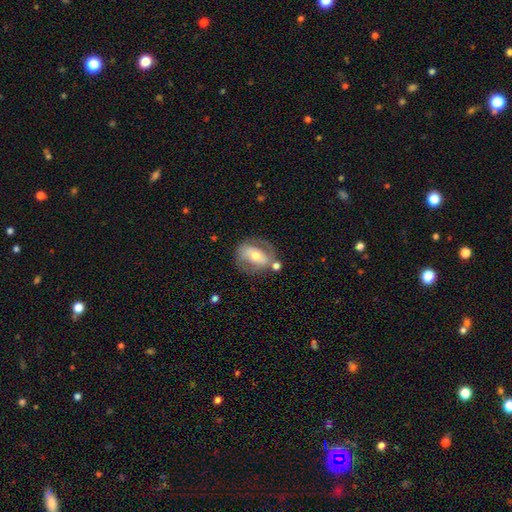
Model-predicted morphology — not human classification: Smooth or featured?
  - featured or disk: 58% *
  - smooth: 35%
  - star or artifact: 8%
Edge-on disk?
  - no: 93% *
  - yes: 7%
Bar?
  - no: 44% *
  - weak: 30%
  - strong: 26%
Spiral arms?
  - yes: 58% *
  - no: 42%
Bulge size?
  - moderate: 58% *
  - small: 33%
  - large: 6%
  - none: 2%
  - dominant: 1%
Merging?
  - none: 58% *
  - minor disturbance: 20%
  - merger: 11%
  - major disturbance: 11%